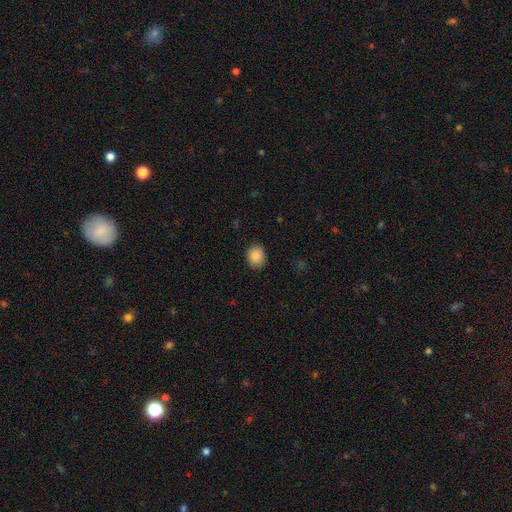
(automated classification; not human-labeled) Morphology: type=smooth (88%); roundness=round (66%); merging=none (88%).